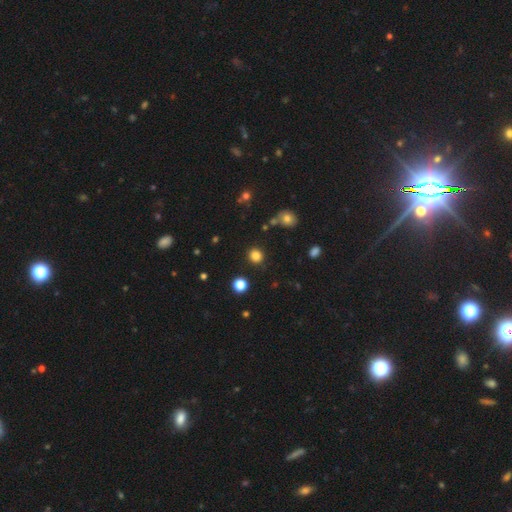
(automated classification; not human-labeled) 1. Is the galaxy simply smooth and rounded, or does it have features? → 83% smooth, 13% star or artifact, 4% featured or disk.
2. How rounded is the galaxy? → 87% round, 12% in between, 1% cigar-shaped.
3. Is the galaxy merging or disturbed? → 88% none, 7% minor disturbance, 3% merger, 3% major disturbance.